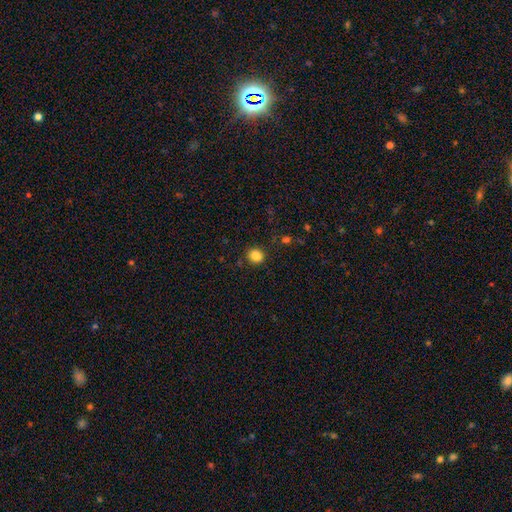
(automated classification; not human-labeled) Smooth or featured?
  - smooth: 85% *
  - star or artifact: 11%
  - featured or disk: 4%
How rounded?
  - round: 73% *
  - in between: 26%
  - cigar-shaped: 1%
Merging?
  - none: 84% *
  - minor disturbance: 11%
  - major disturbance: 3%
  - merger: 2%